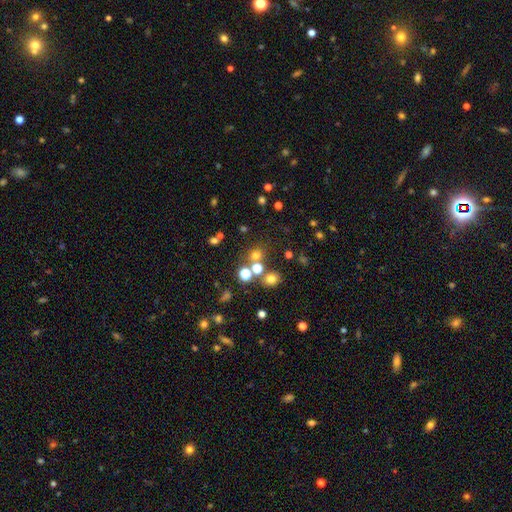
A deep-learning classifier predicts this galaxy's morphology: This appears to be a smooth galaxy with no disk features (64%) that is round (84%). Merging: none (69%).